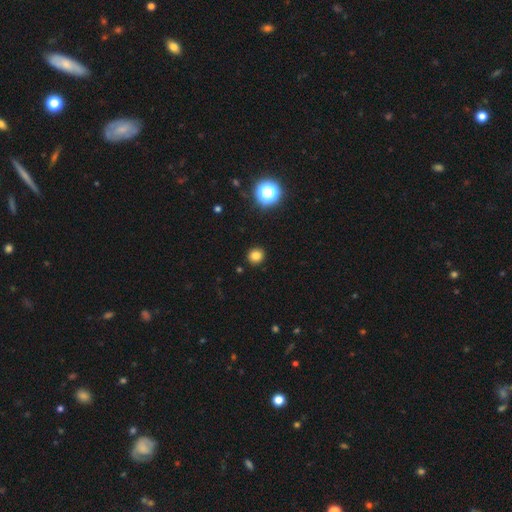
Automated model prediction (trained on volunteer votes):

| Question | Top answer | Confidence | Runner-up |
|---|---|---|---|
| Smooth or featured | smooth | 81% | star or artifact (14%) |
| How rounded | round | 90% | in between (9%) |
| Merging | none | 92% | minor disturbance (5%) |